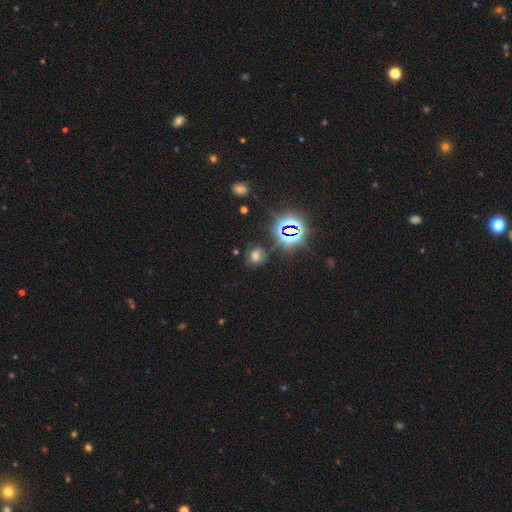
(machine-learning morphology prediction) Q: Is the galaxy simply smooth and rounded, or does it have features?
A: smooth — 46%.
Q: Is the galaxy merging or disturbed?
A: none — 71%.